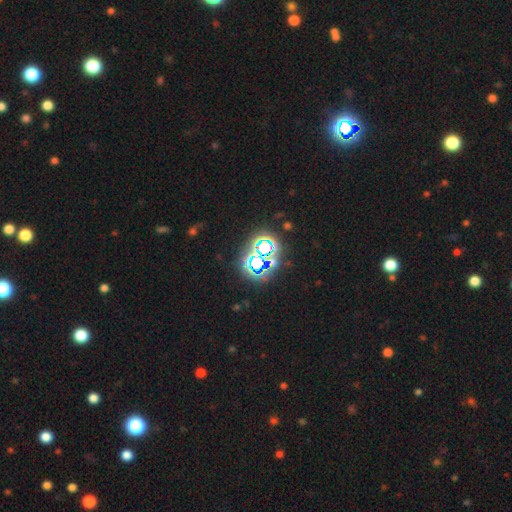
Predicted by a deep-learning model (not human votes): Smooth or featured?
  - star or artifact: 74% *
  - smooth: 16%
  - featured or disk: 11%